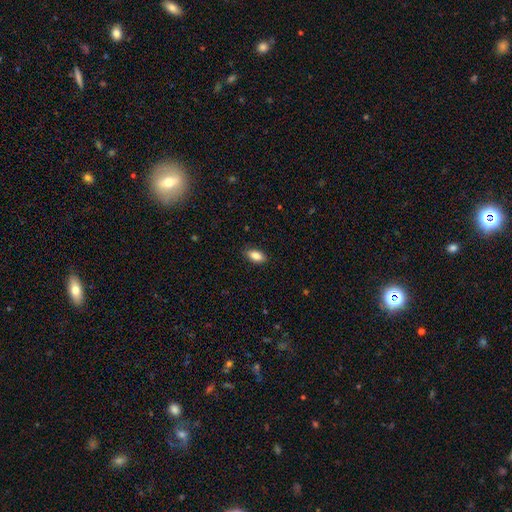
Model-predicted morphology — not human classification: smooth_or_featured: smooth (p=0.85) [alt: featured or disk p=0.08]
how_rounded: in between (p=0.89) [alt: cigar-shaped p=0.07]
merging: none (p=0.87) [alt: minor disturbance p=0.10]